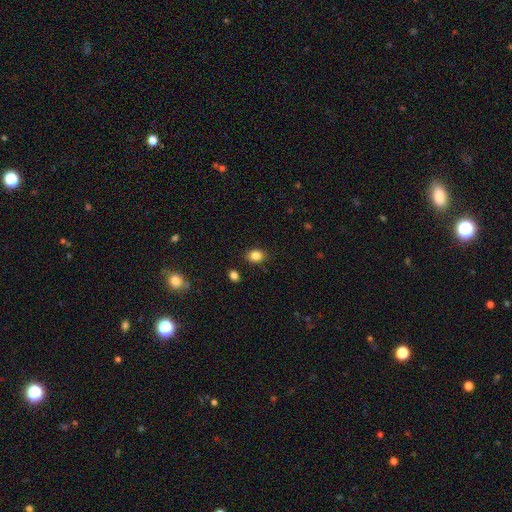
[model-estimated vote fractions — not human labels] Morphology: type=smooth (84%); roundness=in between (60%); merging=none (86%).